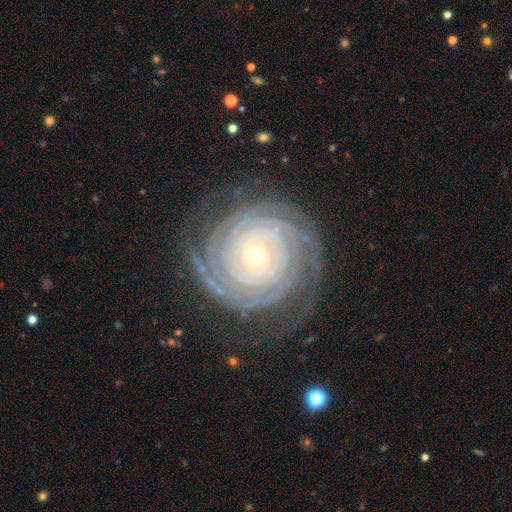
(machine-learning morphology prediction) Smooth or featured? featured or disk (90%)
Edge-on disk? no (97%)
Bar? no (76%)
Spiral arms? yes (98%)
Spiral winding? tight (91%)
Spiral arm count? more than 4 (20%, tied with can't tell)
Bulge size? small (58%)
Merging? none (81%)